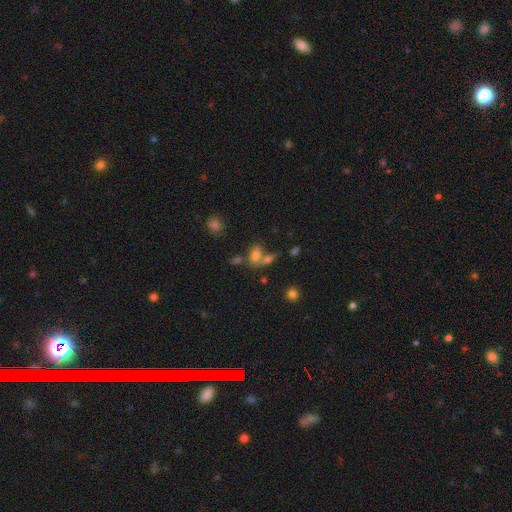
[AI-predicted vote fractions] smooth-or-featured: smooth: 69% | featured or disk: 16% | star or artifact: 15%
  how-rounded: in between: 82% | round: 13% | cigar-shaped: 5%
  merging: merger: 46% | none: 36% | minor disturbance: 11% | major disturbance: 7%